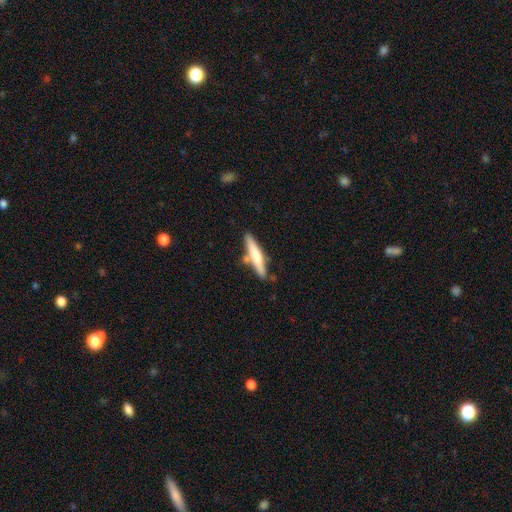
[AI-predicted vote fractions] smooth_or_featured: smooth (p=0.61) [alt: featured or disk p=0.34]
how_rounded: cigar-shaped (p=0.89) [alt: in between p=0.09]
merging: none (p=0.74) [alt: minor disturbance p=0.14]